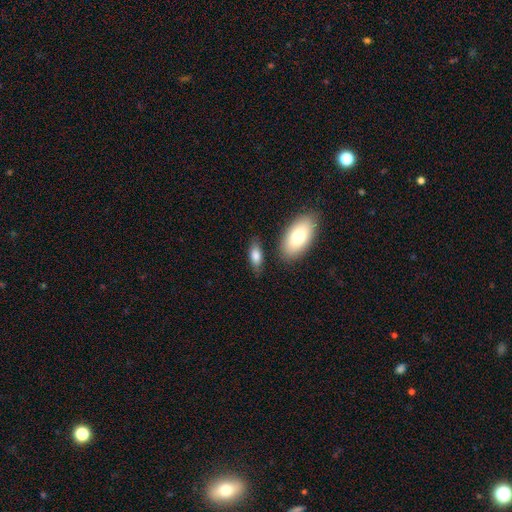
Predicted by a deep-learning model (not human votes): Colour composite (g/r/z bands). It shows a smooth galaxy with no disk features (80%) that is in between round and cigar-shaped (83%). Merging: none (75%).